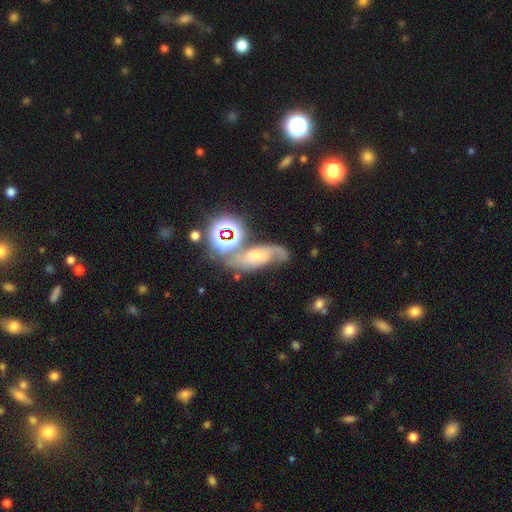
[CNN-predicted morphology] Q: Smooth or featured?
A: featured or disk (63%); runner-up: star or artifact (21%)
Q: Edge-on disk?
A: no (91%); runner-up: yes (9%)
Q: Bar?
A: no (49%); runner-up: weak (36%)
Q: Spiral arms?
A: yes (92%); runner-up: no (8%)
Q: Spiral winding?
A: medium (46%); runner-up: loose (35%)
Q: Spiral arm count?
A: 2 (81%); runner-up: 1 (10%)
Q: Bulge size?
A: moderate (35%); runner-up: small (33%)
Q: Merging?
A: none (52%); runner-up: minor disturbance (18%)